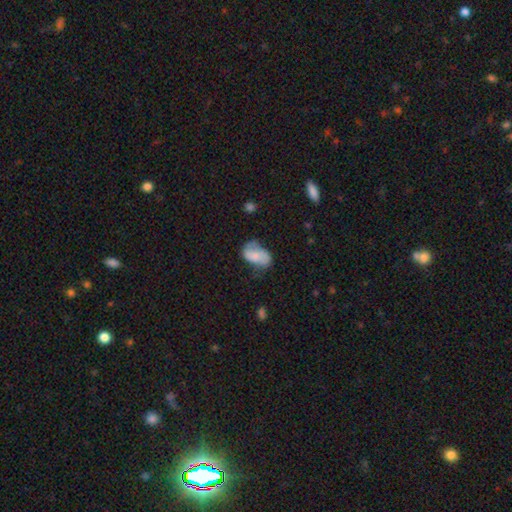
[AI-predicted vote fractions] Smooth or featured: smooth — 62% (featured or disk — 31%)
How rounded: in between — 91% (round — 7%)
Merging: none — 42% (minor disturbance — 36%)